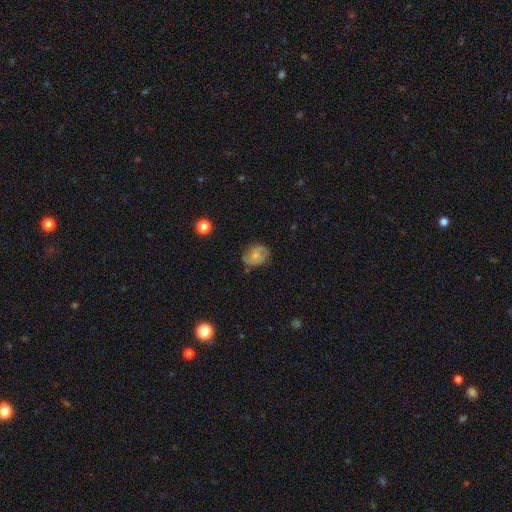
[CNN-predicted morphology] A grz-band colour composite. It shows a featured or disk galaxy (48%). Merging: none (67%).